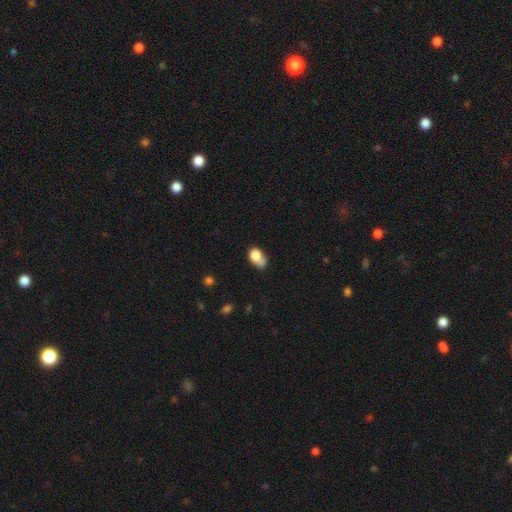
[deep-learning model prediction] This is likely a smooth galaxy (77%). How rounded: likely in between (73%). Merging: marginally merger (34%).